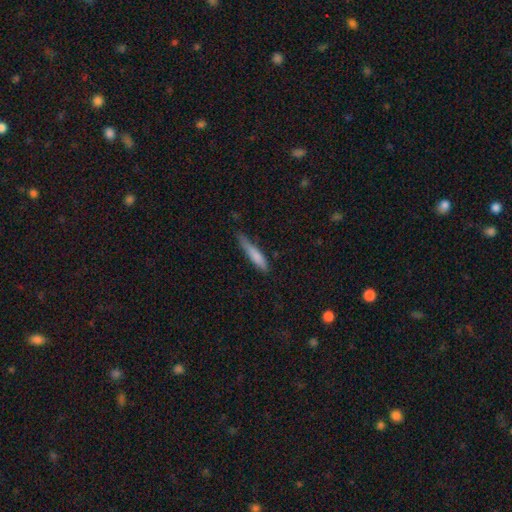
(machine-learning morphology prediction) Smooth or featured: smooth — 78% (featured or disk — 16%)
How rounded: cigar-shaped — 86% (in between — 12%)
Merging: none — 57% (minor disturbance — 34%)